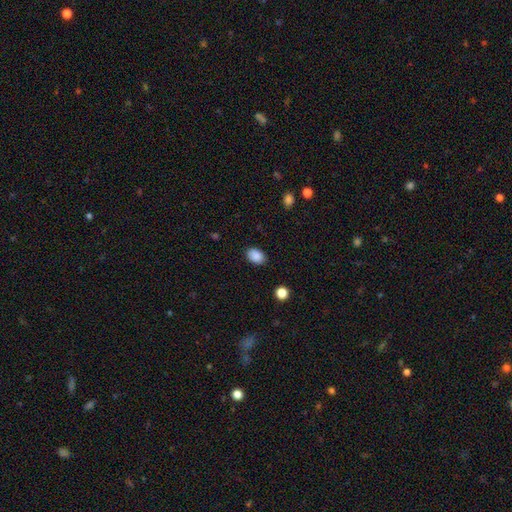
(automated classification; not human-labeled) Smooth or featured? smooth (88%)
How rounded? in between (79%)
Merging? none (86%)